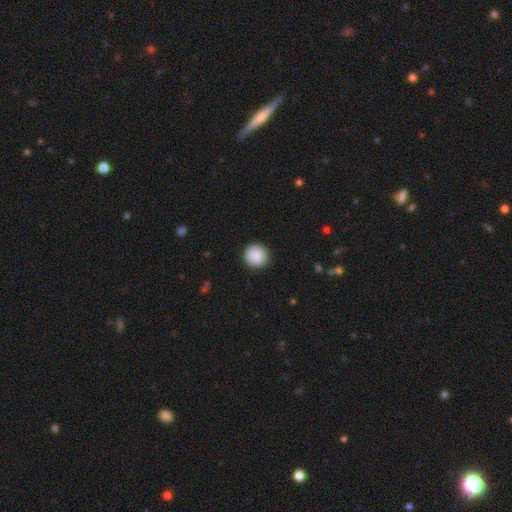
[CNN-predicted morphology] smooth 89%, star or artifact 7%, featured or disk 3%. Down the decision tree: how rounded — round (94%); merging — none (91%).